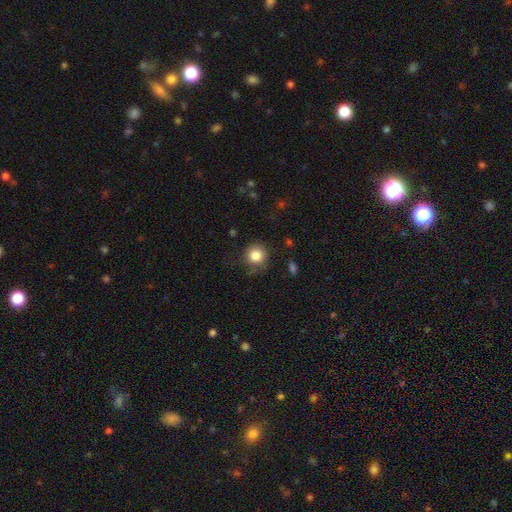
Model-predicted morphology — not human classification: This appears to be a smooth galaxy with no disk features (82%) that is round (92%). Merging: none (78%).